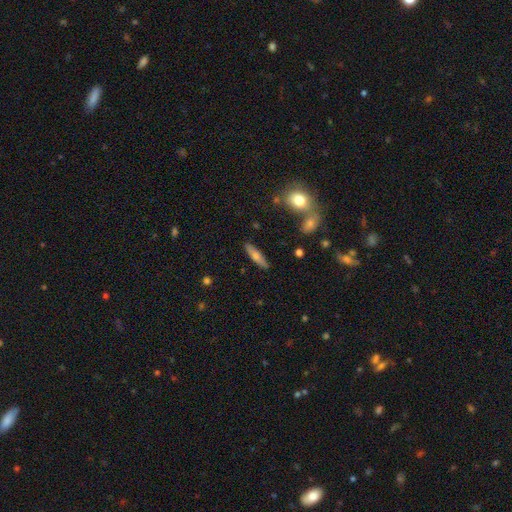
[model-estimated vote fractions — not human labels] Overall: smooth (57%; featured or disk 36%). How rounded: cigar-shaped (74%). Merging: none (87%).